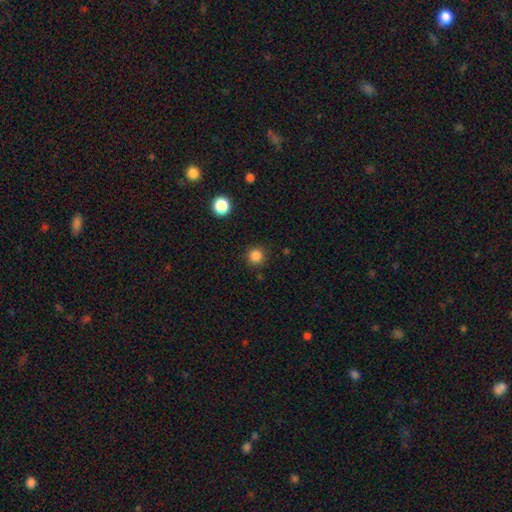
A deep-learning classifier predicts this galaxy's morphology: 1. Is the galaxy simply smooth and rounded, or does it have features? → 85% smooth, 12% star or artifact, 3% featured or disk.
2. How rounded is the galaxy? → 95% round, 5% in between, 1% cigar-shaped.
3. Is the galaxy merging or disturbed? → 89% none, 7% minor disturbance, 3% major disturbance, 2% merger.